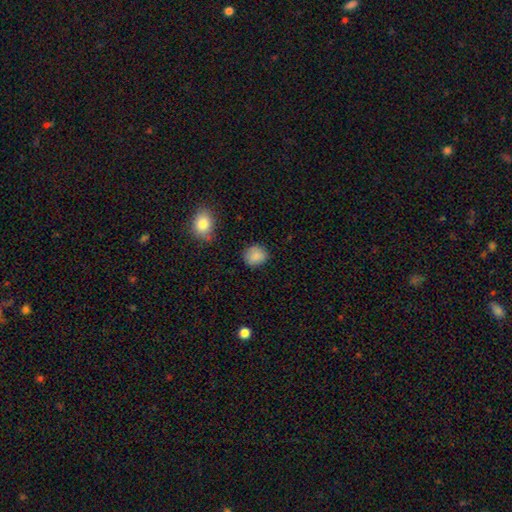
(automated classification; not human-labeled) Morphology: type=smooth (87%); roundness=round (76%); merging=none (80%).